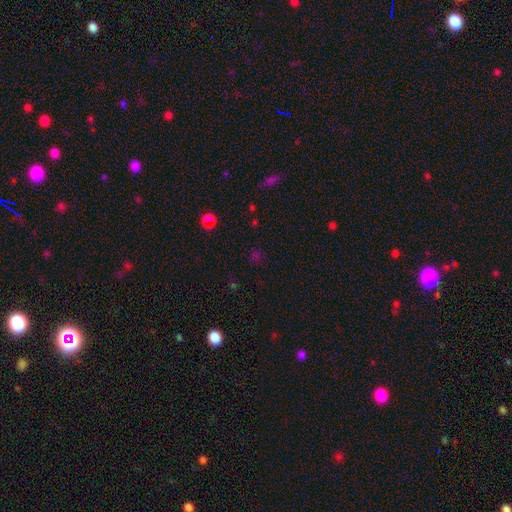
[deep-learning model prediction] Morphology: type=star or artifact (47%).